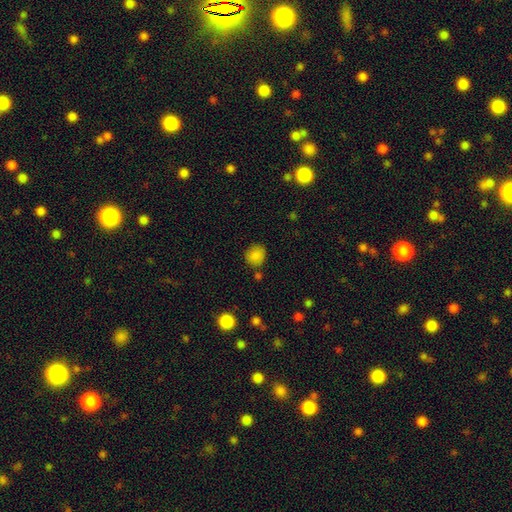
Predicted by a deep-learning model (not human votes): The model was most divided on "how rounded": round: 81%, in between: 18%, cigar-shaped: 1%. More confident: smooth or featured — smooth (85%); merging — none (77%).